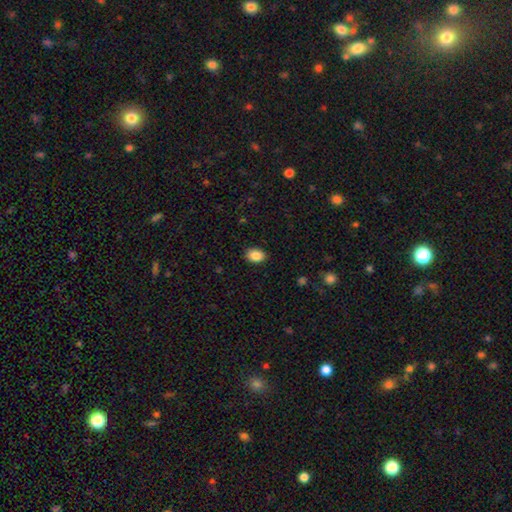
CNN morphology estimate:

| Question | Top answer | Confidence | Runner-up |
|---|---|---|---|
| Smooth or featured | smooth | 88% | star or artifact (8%) |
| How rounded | in between | 74% | round (25%) |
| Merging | none | 88% | minor disturbance (9%) |